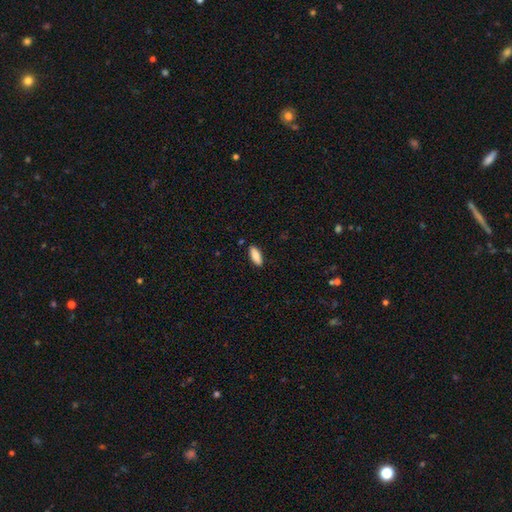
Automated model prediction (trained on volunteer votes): smooth 86%, featured or disk 7%, star or artifact 6%. Down the decision tree: how rounded — in between (75%); merging — none (87%).